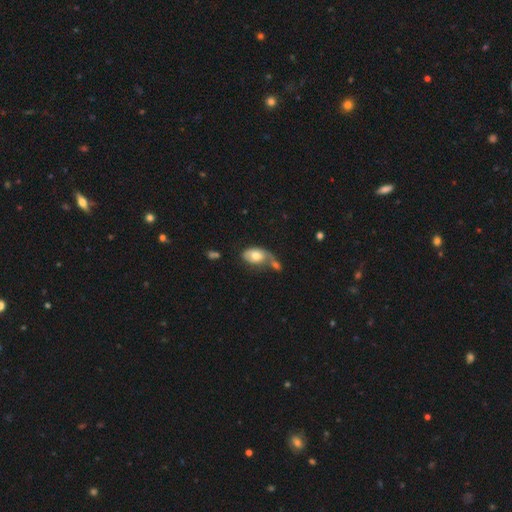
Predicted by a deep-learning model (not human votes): Smooth or featured? Predicted: smooth (p=0.65). How rounded? Predicted: in between (p=0.89). Merging? Predicted: merger (p=0.45).